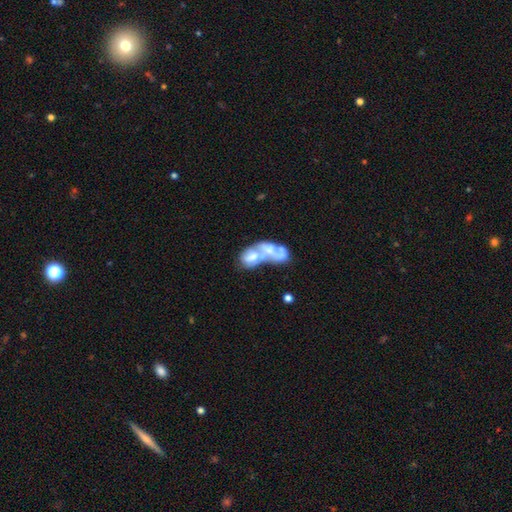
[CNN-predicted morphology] This is possibly a featured or disk galaxy (55%). It is clearly not viewed edge-on (96%). Bar: clearly no (88%). Spiral arm pattern: clearly no (87%). Central bulge: marginally none (45%). Merging: likely merger (67%).